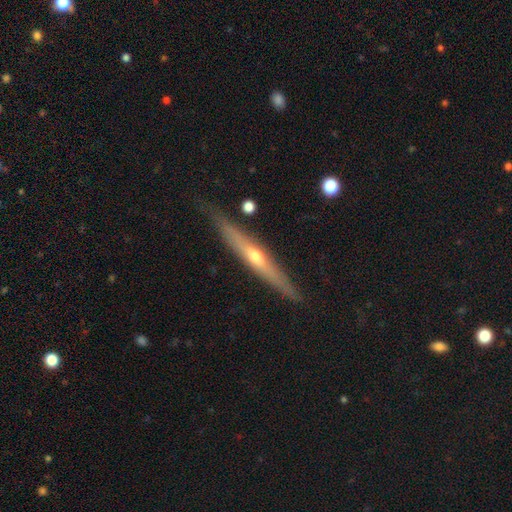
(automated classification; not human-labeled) Smooth or featured? Predicted: featured or disk (p=0.70). Edge-on disk? Predicted: yes (p=0.94). Edge-on bulge? Predicted: rounded (p=0.78). Merging? Predicted: none (p=0.84).